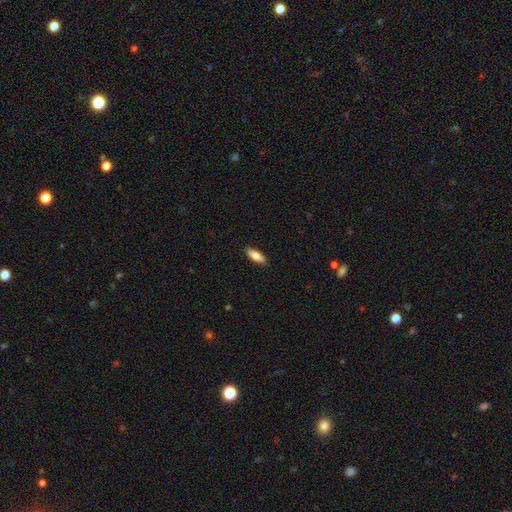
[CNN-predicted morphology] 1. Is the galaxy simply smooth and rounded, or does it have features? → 80% smooth, 14% featured or disk, 6% star or artifact.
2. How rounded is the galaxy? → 59% in between, 39% cigar-shaped, 2% round.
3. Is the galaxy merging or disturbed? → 90% none, 8% minor disturbance, 2% major disturbance, 1% merger.